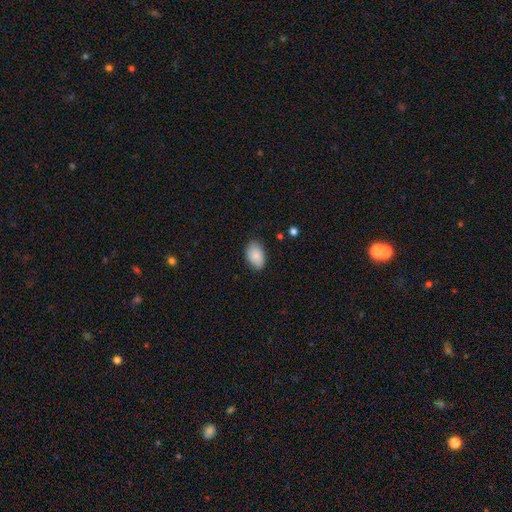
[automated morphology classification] This is clearly a smooth galaxy (86%). How rounded: clearly in between (90%). Merging: clearly none (80%).